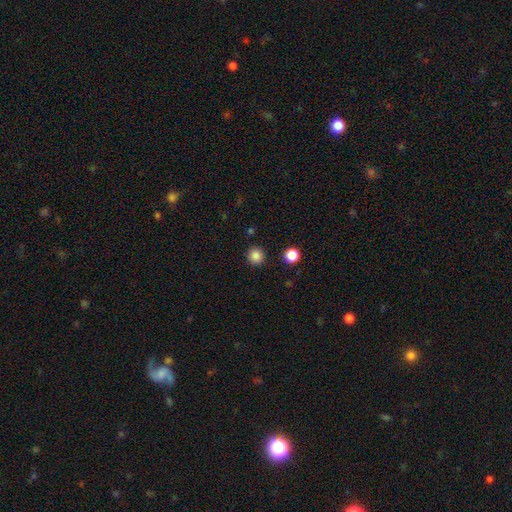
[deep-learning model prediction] Smooth or featured? Predicted: smooth (p=0.85). How rounded? Predicted: round (p=0.94). Merging? Predicted: none (p=0.91).